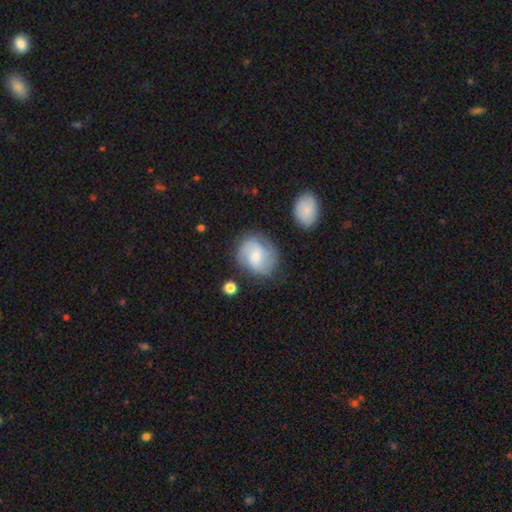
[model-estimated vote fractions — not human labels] A featured or disk galaxy (57%) with a weak bar (48%), spiral arms (89%) and a small central bulge (50%).

Vote fractions:
- Smooth or featured? featured or disk: 57% / smooth: 36% / star or artifact: 7%
- Edge-on disk? no: 97% / yes: 3%
- Bar? weak: 48% / no: 44% / strong: 8%
- Spiral arms? yes: 89% / no: 11%
- Bulge size? small: 50% / moderate: 40% / none: 5% / large: 4% / dominant: 1%
- Merging? none: 71% / minor disturbance: 18% / major disturbance: 7% / merger: 4%